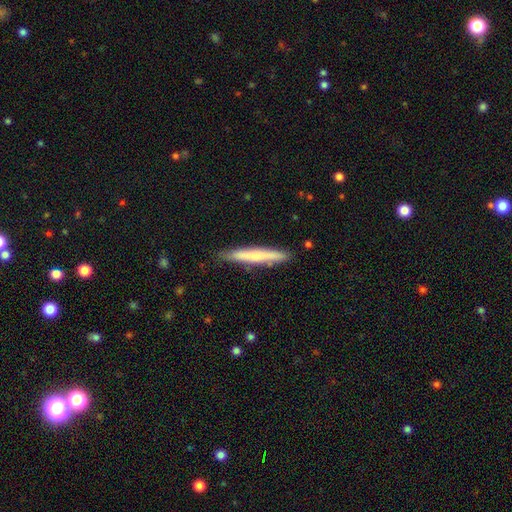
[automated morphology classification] Q: Smooth or featured?
A: smooth (63%); runner-up: featured or disk (32%)
Q: How rounded?
A: cigar-shaped (95%); runner-up: in between (3%)
Q: Merging?
A: none (84%); runner-up: minor disturbance (12%)